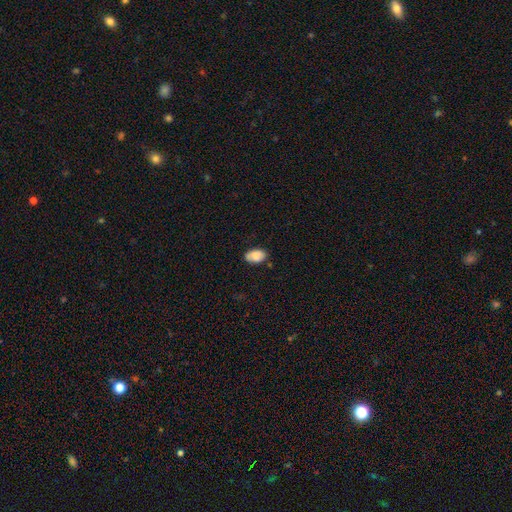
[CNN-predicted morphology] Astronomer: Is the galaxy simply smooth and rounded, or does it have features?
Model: smooth — 82%.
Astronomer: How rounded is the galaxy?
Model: in between — 91%.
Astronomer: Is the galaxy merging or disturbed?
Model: none — 79%.